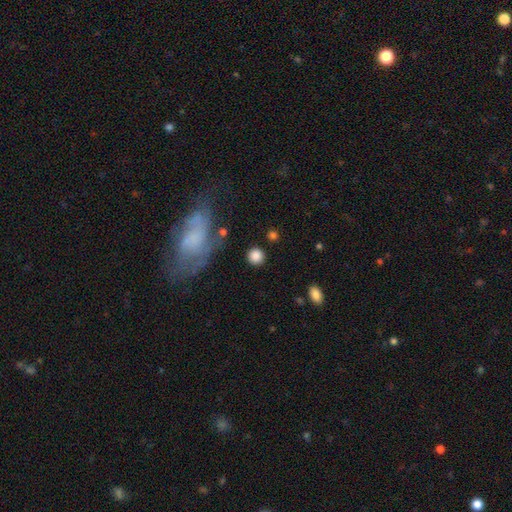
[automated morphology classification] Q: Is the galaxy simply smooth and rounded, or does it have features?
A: smooth — 85%.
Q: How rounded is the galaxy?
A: round — 92%.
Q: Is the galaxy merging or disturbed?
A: none — 85%.